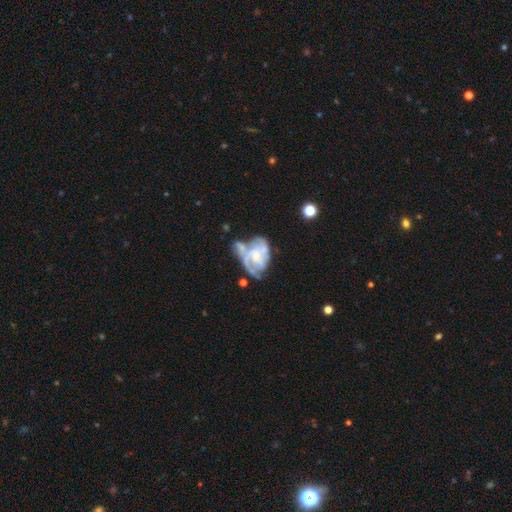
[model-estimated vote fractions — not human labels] Smooth or featured: featured or disk — 77% (smooth — 16%)
Edge-on disk: no — 98% (yes — 2%)
Bar: no — 67% (weak — 27%)
Spiral arms: yes — 76% (no — 24%)
Spiral winding: medium — 41% (tight — 40%)
Spiral arm count: can't tell — 35% (2 — 28%)
Bulge size: small — 49% (moderate — 30%)
Merging: none — 31% (major disturbance — 28%)